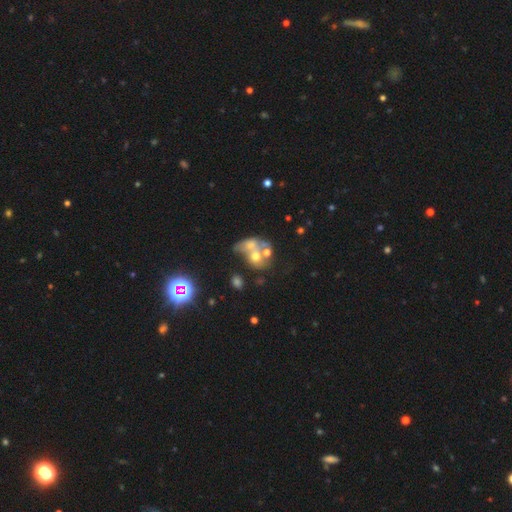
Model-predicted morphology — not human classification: The model was most divided on "smooth or featured": featured or disk: 43%, smooth: 41%, star or artifact: 16%. More confident: merging — merger (57%).